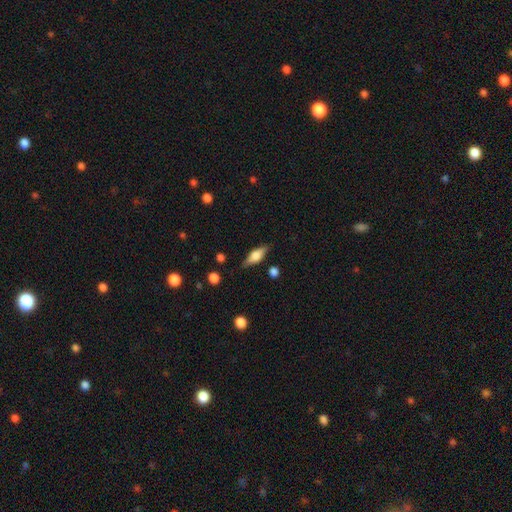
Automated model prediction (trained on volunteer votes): smooth-or-featured: featured or disk: 46% (tied) | smooth: 46% (tied) | star or artifact: 7%
  merging: none: 82% | minor disturbance: 13% | major disturbance: 3% | merger: 2%